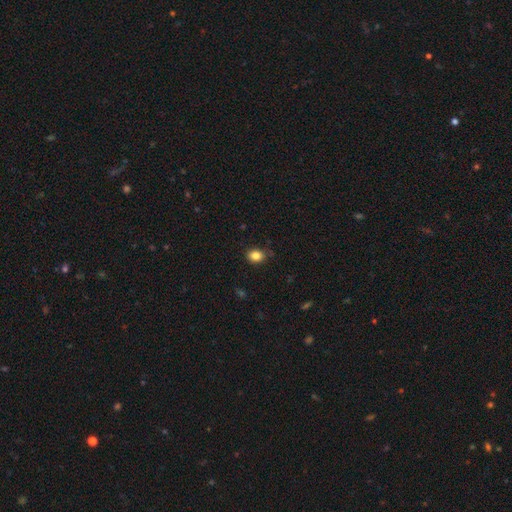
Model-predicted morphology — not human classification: Overall: smooth (85%). How rounded: in between (60%; round 39%). Merging: none (82%).